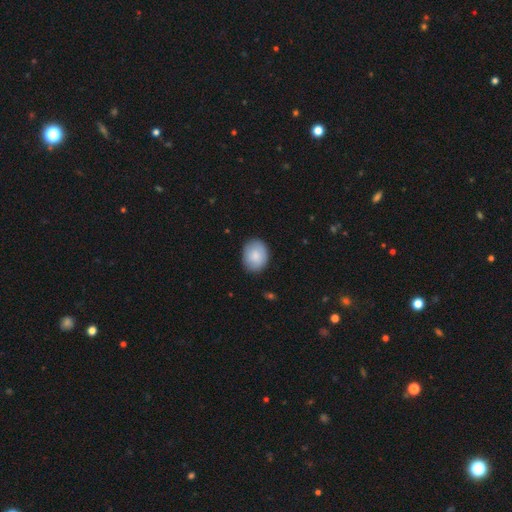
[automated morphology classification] smooth_or_featured: smooth (p=0.85) [alt: featured or disk p=0.09]
how_rounded: in between (p=0.53) [alt: round p=0.46]
merging: none (p=0.85) [alt: minor disturbance p=0.11]